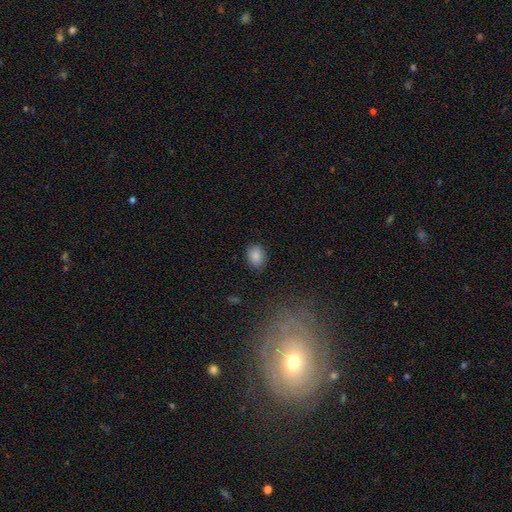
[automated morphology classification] This appears to be a smooth galaxy with no disk features (86%) that is in between round and cigar-shaped (63%). Merging: none (85%).